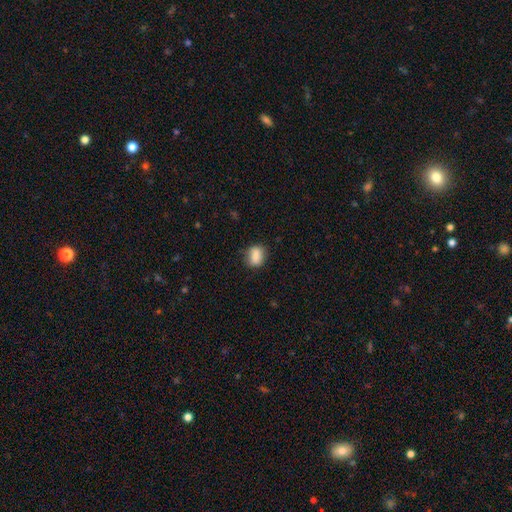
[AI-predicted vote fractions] Smooth or featured?
  - smooth: 85% *
  - star or artifact: 8%
  - featured or disk: 8%
How rounded?
  - in between: 60% *
  - round: 38%
  - cigar-shaped: 2%
Merging?
  - none: 78% *
  - minor disturbance: 17%
  - major disturbance: 4%
  - merger: 1%